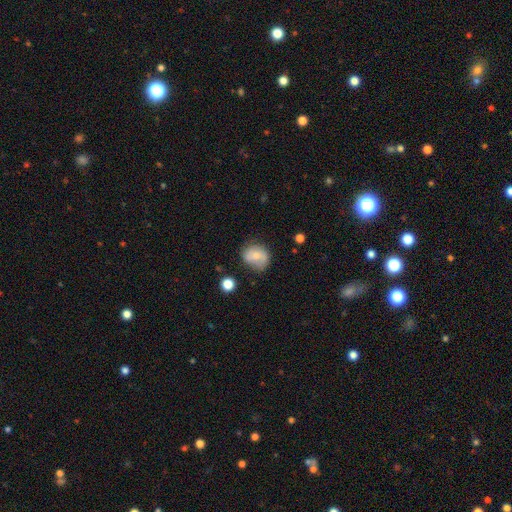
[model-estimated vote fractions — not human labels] smooth_or_featured: smooth (p=0.55) [alt: featured or disk p=0.36]
how_rounded: round (p=0.69) [alt: in between p=0.30]
merging: none (p=0.63) [alt: minor disturbance p=0.25]